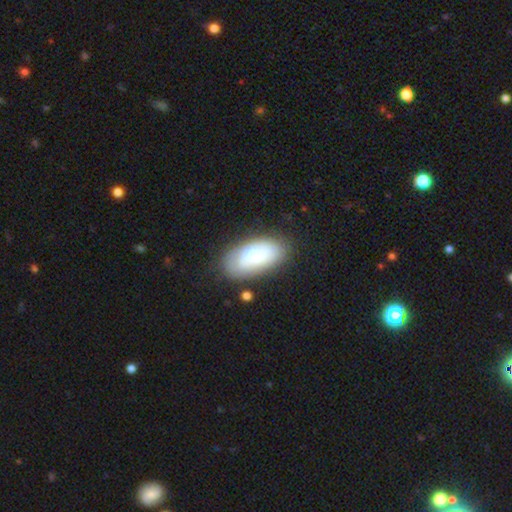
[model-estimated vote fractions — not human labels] This is likely a smooth galaxy (63%). How rounded: clearly in between (93%). Merging: likely none (69%).